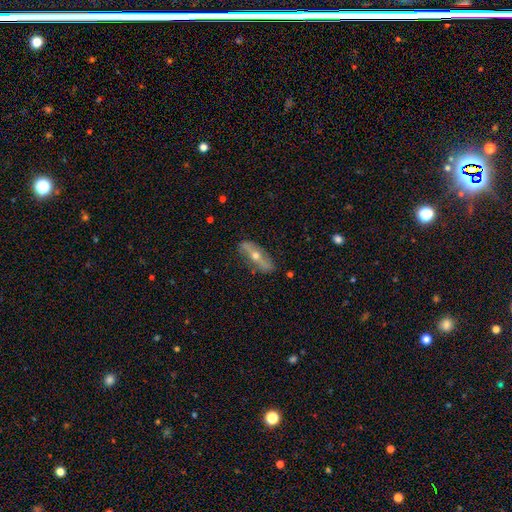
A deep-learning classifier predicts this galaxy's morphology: Smooth or featured?
  - featured or disk: 65% *
  - smooth: 28%
  - star or artifact: 7%
Edge-on disk?
  - yes: 58% *
  - no: 42%
Merging?
  - none: 81% *
  - minor disturbance: 14%
  - major disturbance: 3%
  - merger: 2%